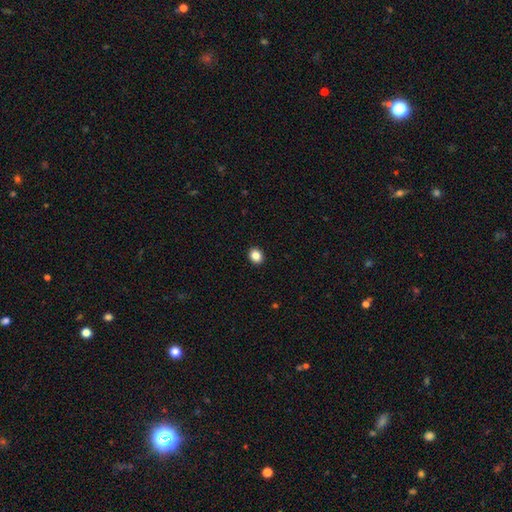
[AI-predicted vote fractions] Smooth or featured: smooth — 86% (star or artifact — 10%)
How rounded: round — 63% (in between — 36%)
Merging: none — 93% (minor disturbance — 5%)